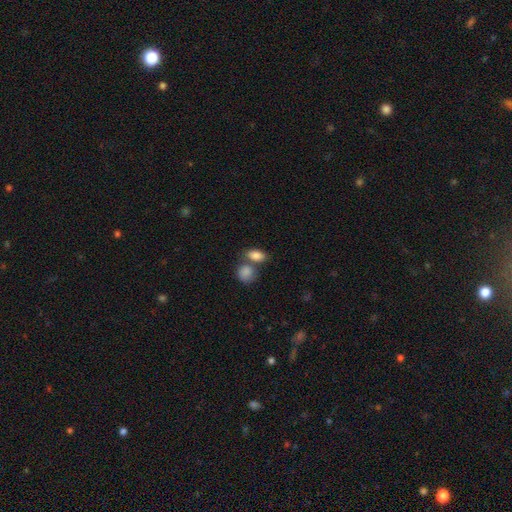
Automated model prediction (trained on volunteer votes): The model was most divided on "merging" (2-way tie): none: 43%, merger: 43%, minor disturbance: 11%, major disturbance: 4%. More confident: smooth or featured — smooth (85%); how rounded — in between (84%).